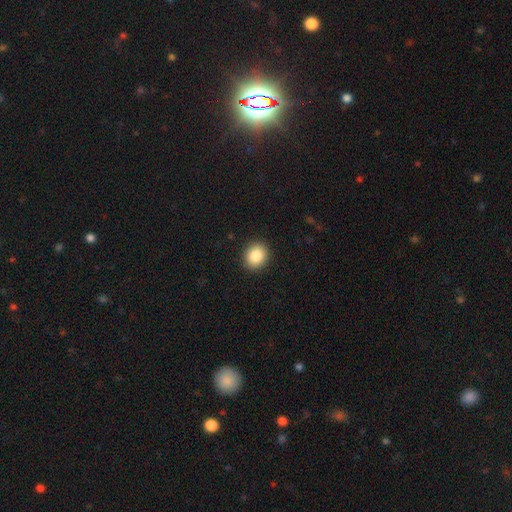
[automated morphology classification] Smooth or featured? Predicted: smooth (p=0.87). How rounded? Predicted: round (p=0.66). Merging? Predicted: none (p=0.91).